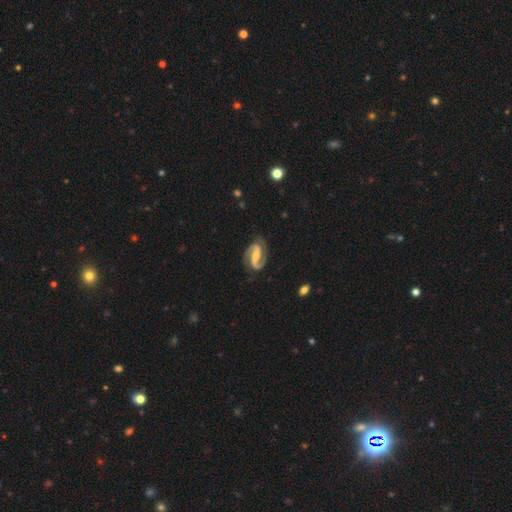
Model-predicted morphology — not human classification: Smooth or featured? featured or disk (92%)
Edge-on disk? no (98%)
Bar? strong (42%)
Spiral arms? yes (98%)
Spiral winding? medium (56%)
Spiral arm count? 2 (94%)
Bulge size? moderate (46%)
Merging? none (82%)